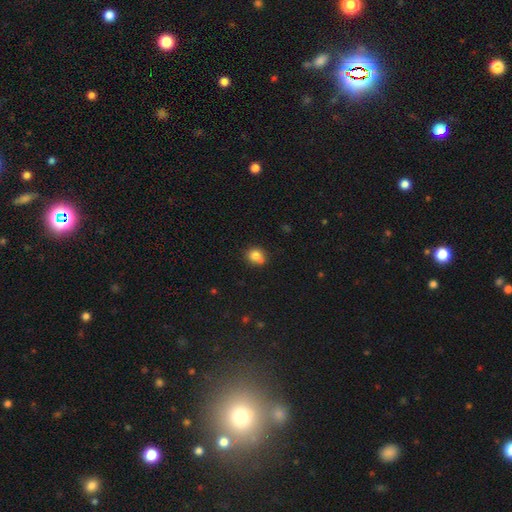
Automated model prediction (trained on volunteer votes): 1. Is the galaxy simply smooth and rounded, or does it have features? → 80% smooth, 11% star or artifact, 9% featured or disk.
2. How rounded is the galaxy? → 75% round, 24% in between, 1% cigar-shaped.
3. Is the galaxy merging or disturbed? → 60% none, 18% merger, 18% minor disturbance, 4% major disturbance.